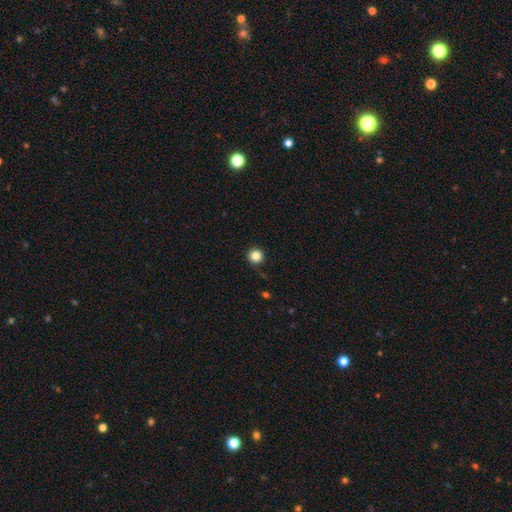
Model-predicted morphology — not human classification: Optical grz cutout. It shows a smooth galaxy with no disk features (84%) that is round (95%). Merging: none (92%).